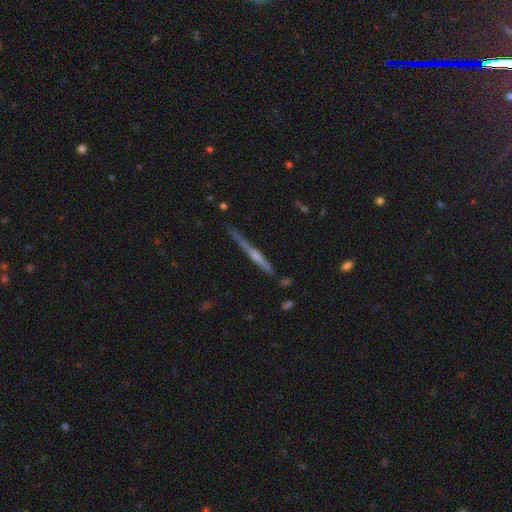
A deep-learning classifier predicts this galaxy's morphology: Q: Smooth or featured?
A: featured or disk (65%); runner-up: smooth (27%)
Q: Edge-on disk?
A: yes (97%); runner-up: no (3%)
Q: Edge-on bulge?
A: none (46%); runner-up: rounded (42%)
Q: Merging?
A: none (77%); runner-up: minor disturbance (17%)